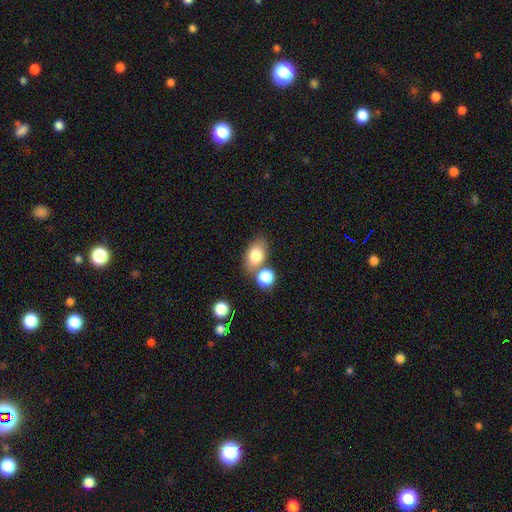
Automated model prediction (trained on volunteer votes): smooth 79%, featured or disk 13%, star or artifact 8%. Down the decision tree: how rounded — in between (81%); merging — none (58%).